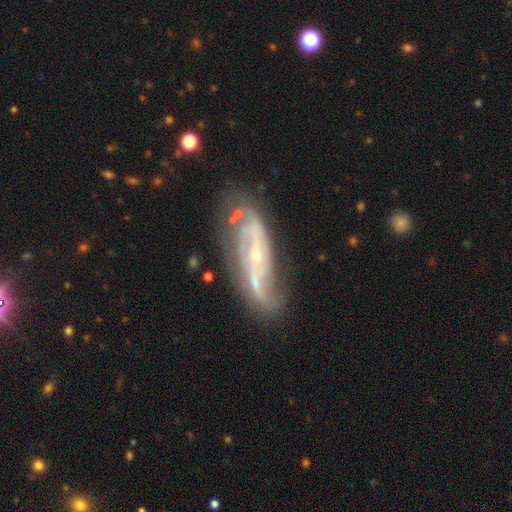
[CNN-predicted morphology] Smooth or featured: featured or disk — 85% (smooth — 8%)
Edge-on disk: no — 87% (yes — 13%)
Bar: no — 48% (weak — 30%)
Spiral arms: yes — 93% (no — 7%)
Spiral winding: medium — 41% (loose — 35%)
Spiral arm count: 2 — 69% (can't tell — 15%)
Bulge size: small — 78% (moderate — 18%)
Merging: none — 66% (minor disturbance — 21%)